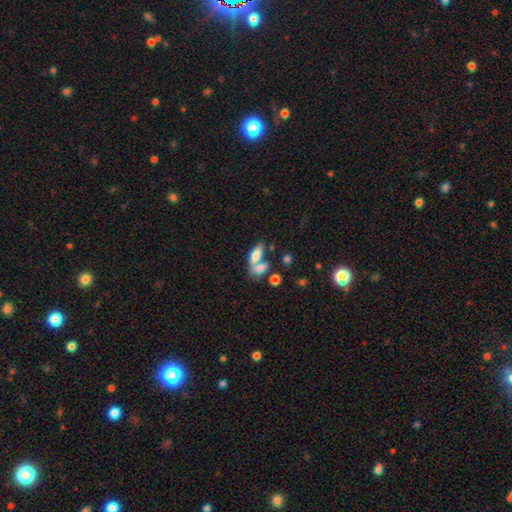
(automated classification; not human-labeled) smooth-or-featured: smooth: 73% | featured or disk: 18% | star or artifact: 8%
  how-rounded: in between: 77% | cigar-shaped: 18% | round: 5%
  merging: merger: 52% | none: 32% | minor disturbance: 10% | major disturbance: 6%